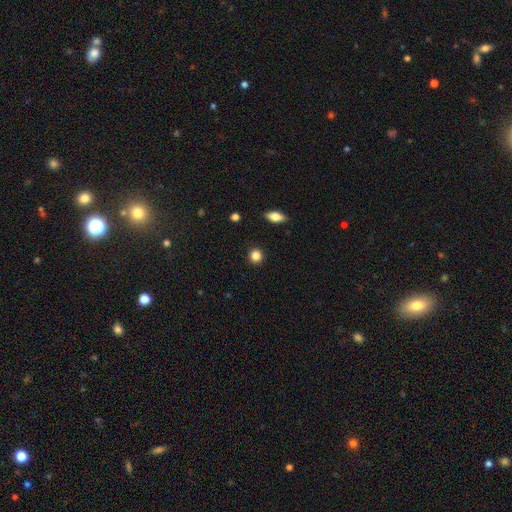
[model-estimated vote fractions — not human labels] Smooth or featured? Predicted: smooth (p=0.86). How rounded? Predicted: round (p=0.90). Merging? Predicted: none (p=0.91).